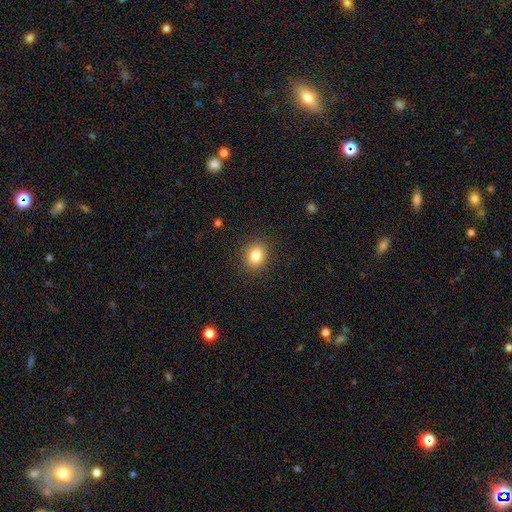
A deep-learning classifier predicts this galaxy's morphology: Smooth or featured?
  - smooth: 83% *
  - star or artifact: 10%
  - featured or disk: 7%
How rounded?
  - round: 64% *
  - in between: 35%
  - cigar-shaped: 1%
Merging?
  - none: 89% *
  - minor disturbance: 8%
  - major disturbance: 2%
  - merger: 1%